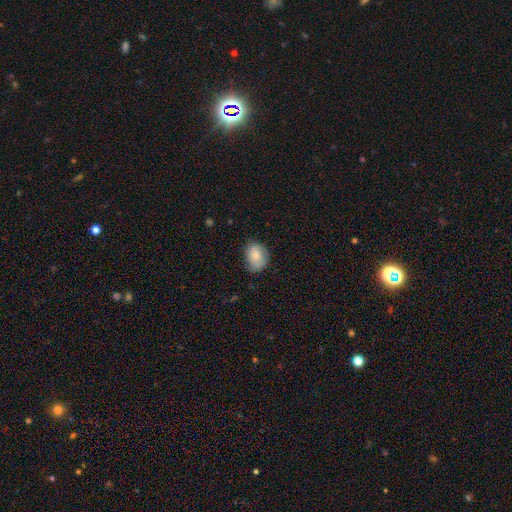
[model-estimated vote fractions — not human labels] Overall: smooth (78%). How rounded: in between (59%; round 40%). Merging: none (67%).